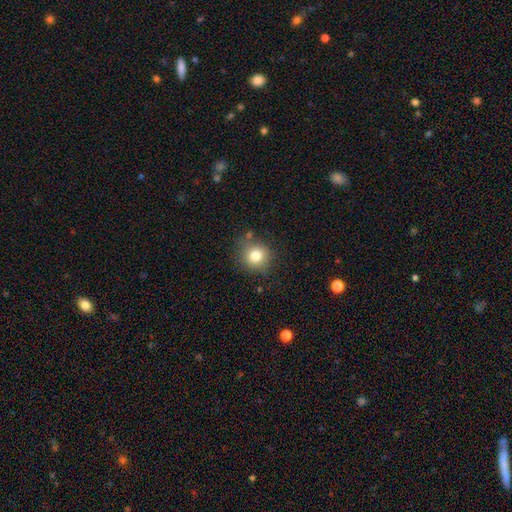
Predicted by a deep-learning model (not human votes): The model was most divided on "merging": none: 79%, minor disturbance: 13%, merger: 4%, major disturbance: 4%. More confident: how rounded — round (88%); smooth or featured — smooth (79%).